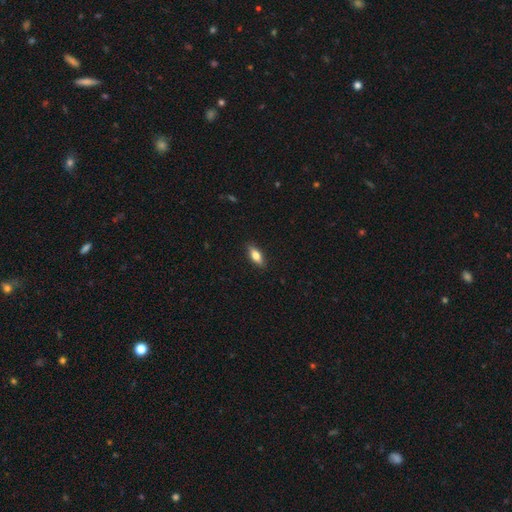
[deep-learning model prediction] Overall: smooth (72%). How rounded: in between (74%). Merging: none (88%).